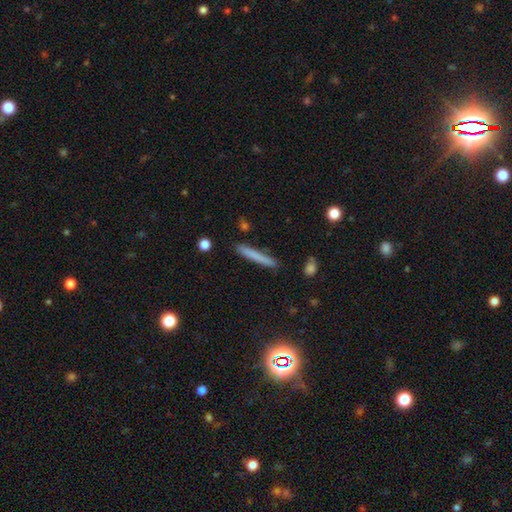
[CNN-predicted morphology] Overall: smooth (72%). How rounded: cigar-shaped (96%). Merging: none (88%).